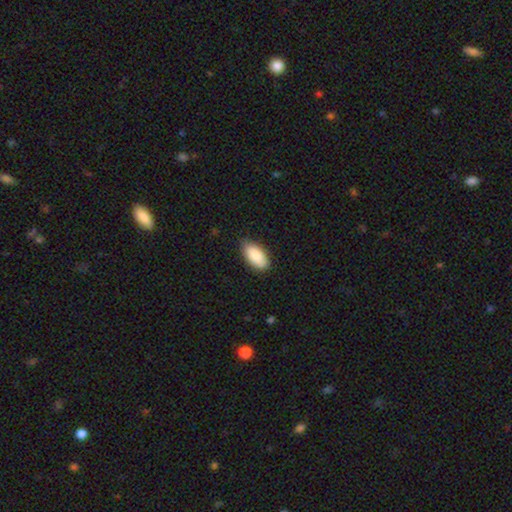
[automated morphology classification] smooth_or_featured: smooth (p=0.88) [alt: featured or disk p=0.06]
how_rounded: in between (p=0.94) [alt: cigar-shaped p=0.04]
merging: none (p=0.81) [alt: minor disturbance p=0.16]